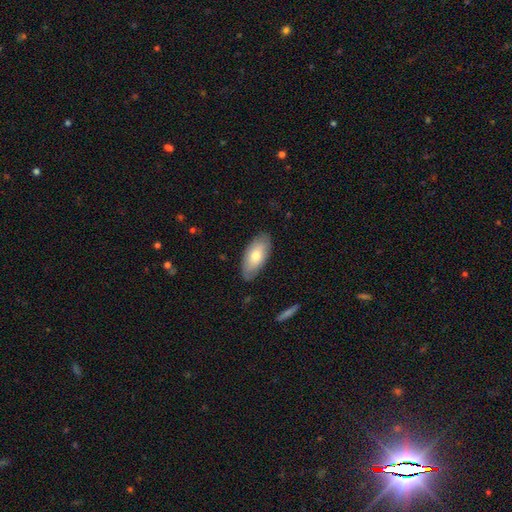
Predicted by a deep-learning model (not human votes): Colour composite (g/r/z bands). It shows a smooth galaxy with no disk features (72%) that is in between round and cigar-shaped (91%). Merging: none (83%).